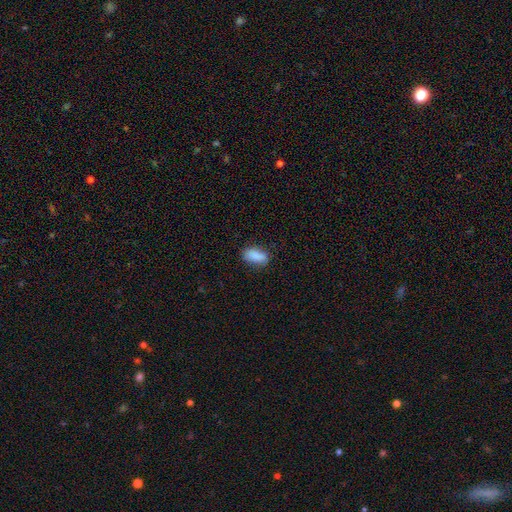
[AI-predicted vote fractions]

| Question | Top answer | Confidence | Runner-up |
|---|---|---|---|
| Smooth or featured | smooth | 87% | star or artifact (8%) |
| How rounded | in between | 86% | cigar-shaped (10%) |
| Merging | none | 76% | minor disturbance (18%) |